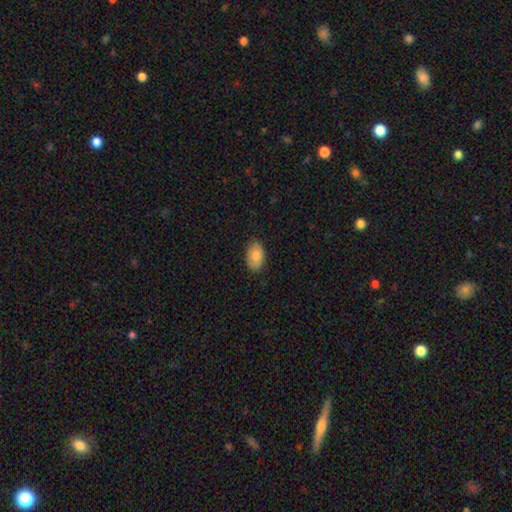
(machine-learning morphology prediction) smooth 83%, featured or disk 10%, star or artifact 7%. Down the decision tree: how rounded — in between (91%); merging — none (83%).